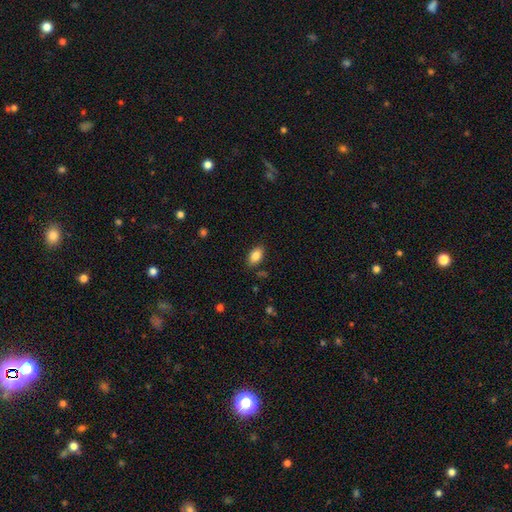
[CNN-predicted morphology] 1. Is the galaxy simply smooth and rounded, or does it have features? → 85% smooth, 8% star or artifact, 7% featured or disk.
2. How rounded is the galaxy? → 91% in between, 7% round, 2% cigar-shaped.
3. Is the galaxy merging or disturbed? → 85% none, 11% minor disturbance, 3% major disturbance, 2% merger.